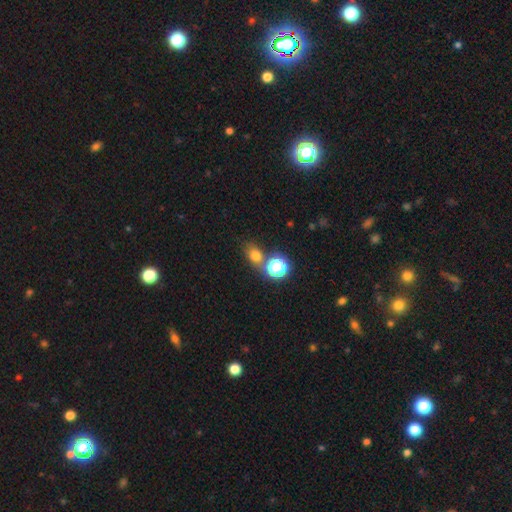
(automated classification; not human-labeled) Smooth or featured: smooth — 71% (star or artifact — 21%)
How rounded: round — 56% (in between — 43%)
Merging: none — 64% (merger — 20%)